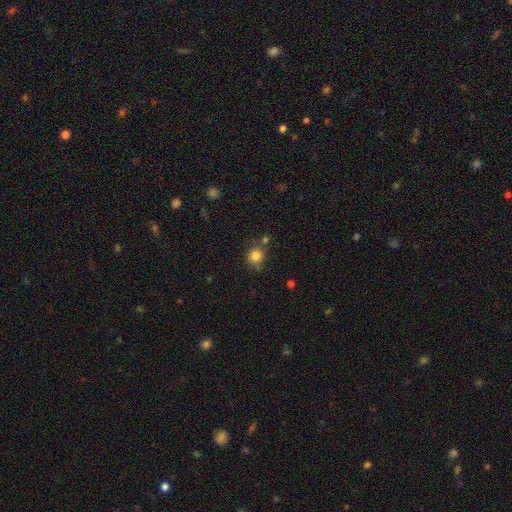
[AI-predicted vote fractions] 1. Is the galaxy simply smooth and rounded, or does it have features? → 83% smooth, 11% star or artifact, 6% featured or disk.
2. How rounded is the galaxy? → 88% round, 11% in between, 1% cigar-shaped.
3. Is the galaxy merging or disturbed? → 64% none, 18% minor disturbance, 13% merger, 5% major disturbance.